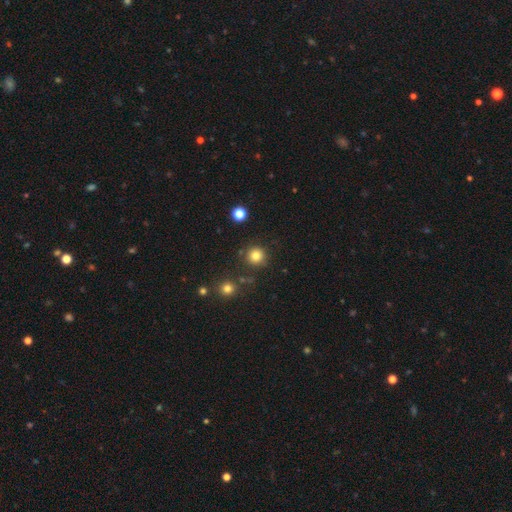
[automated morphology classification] Smooth or featured? Predicted: smooth (p=0.82). How rounded? Predicted: round (p=0.94). Merging? Predicted: none (p=0.86).